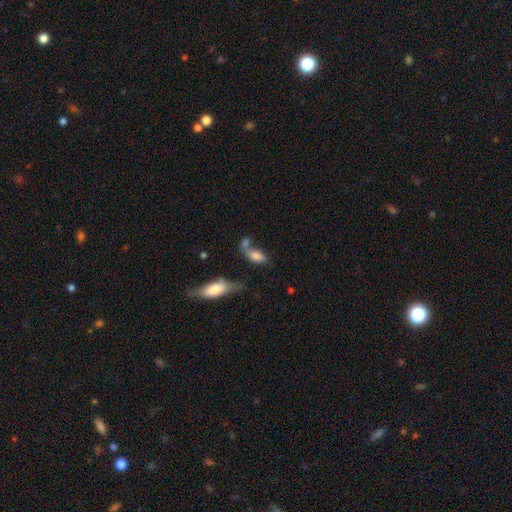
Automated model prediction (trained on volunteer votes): A smooth galaxy with no disk features (76%) that is in between round and cigar-shaped (81%). Merging: merger (40%).